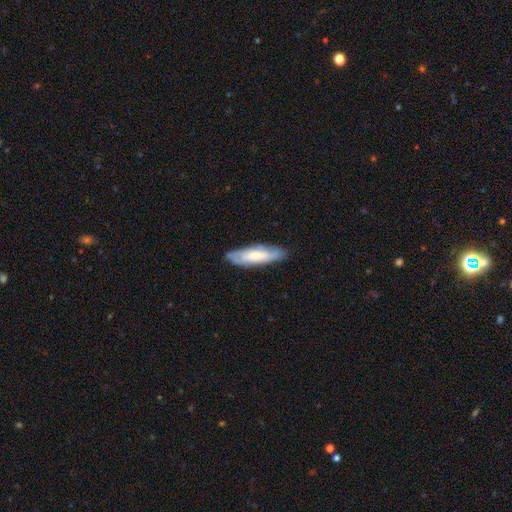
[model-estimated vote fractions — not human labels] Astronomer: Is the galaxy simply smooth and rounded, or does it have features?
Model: smooth — 50% (runner-up: featured or disk, 45%).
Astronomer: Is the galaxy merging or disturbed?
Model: none — 78%.